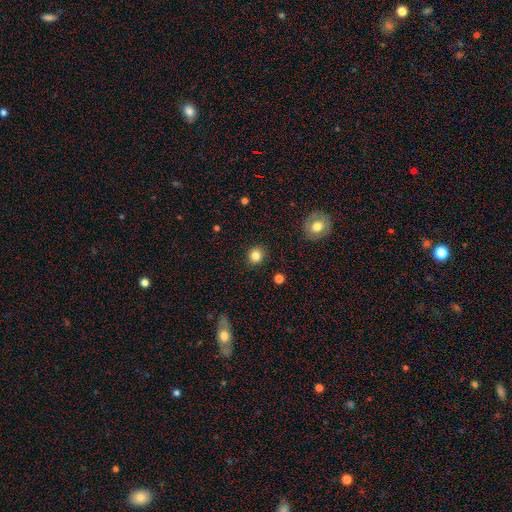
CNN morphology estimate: smooth 84%, star or artifact 11%, featured or disk 5%. Down the decision tree: how rounded — round (87%); merging — none (90%).